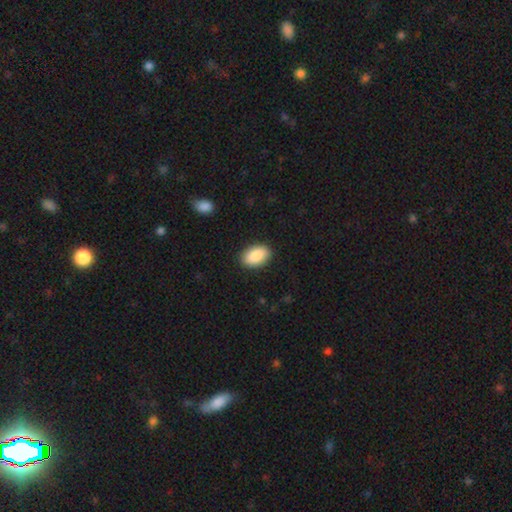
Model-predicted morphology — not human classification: Q: Smooth or featured?
A: smooth (89%); runner-up: star or artifact (6%)
Q: How rounded?
A: in between (92%); runner-up: round (6%)
Q: Merging?
A: none (89%); runner-up: minor disturbance (8%)